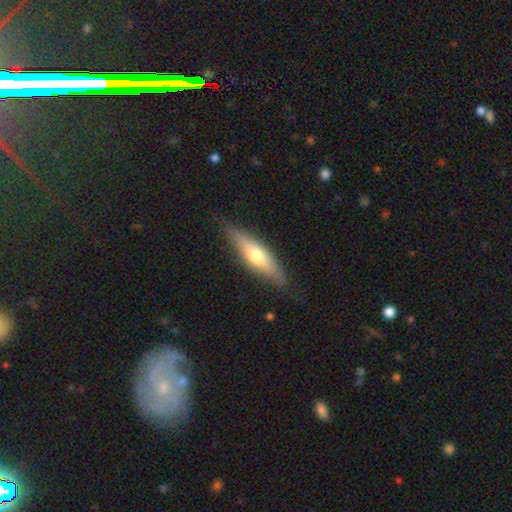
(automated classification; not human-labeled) Morphology: type=smooth (53%); roundness=cigar-shaped (63%); merging=none (83%).